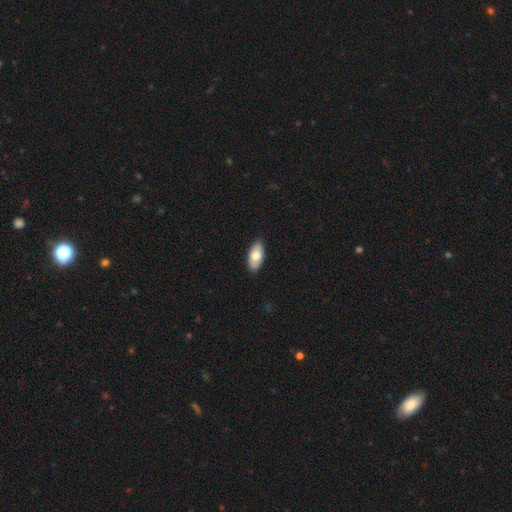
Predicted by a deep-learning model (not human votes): smooth 74%, featured or disk 21%, star or artifact 6%. Down the decision tree: how rounded — in between (93%); merging — none (88%).